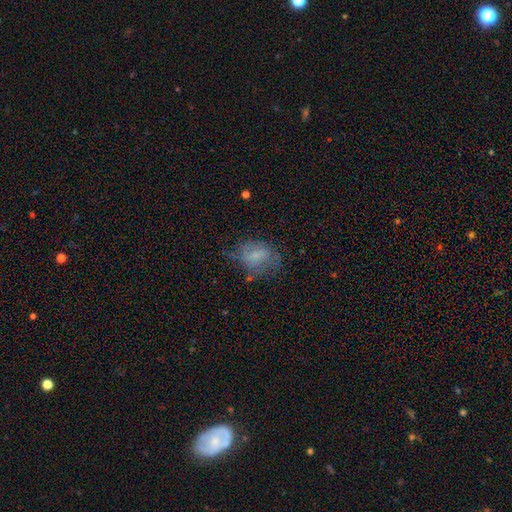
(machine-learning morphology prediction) Smooth or featured? Predicted: smooth (p=0.54). How rounded? Predicted: in between (p=0.66). Merging? Predicted: none (p=0.50).